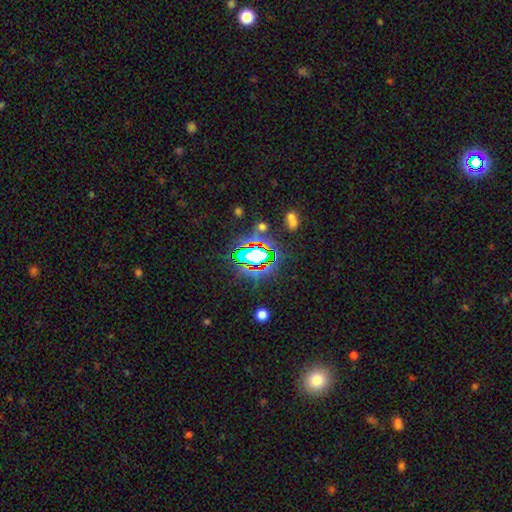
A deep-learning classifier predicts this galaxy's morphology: Smooth or featured?
  - star or artifact: 68% *
  - smooth: 18%
  - featured or disk: 14%